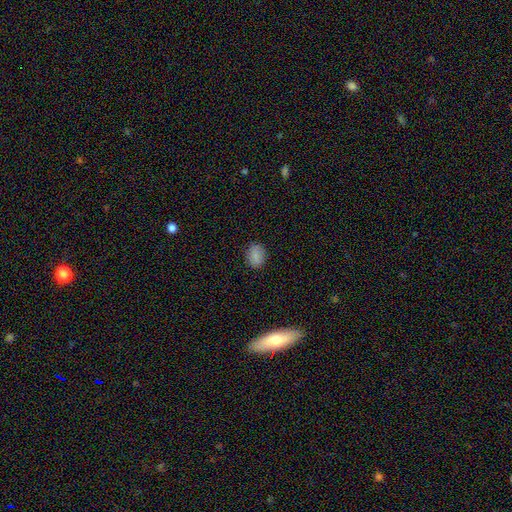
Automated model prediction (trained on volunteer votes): A smooth galaxy with no disk features (83%) that is in between round and cigar-shaped (64%). Merging: none (87%).